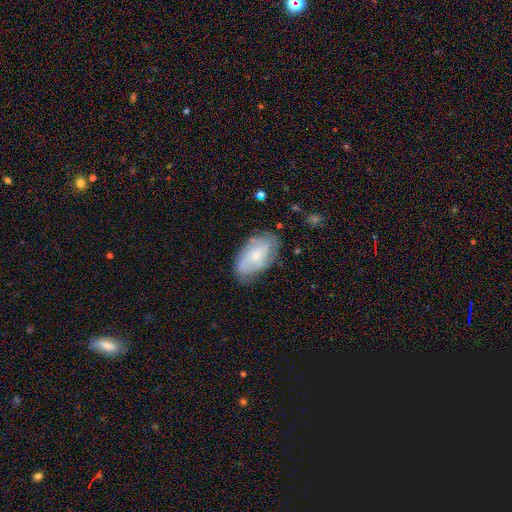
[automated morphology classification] Smooth or featured? featured or disk (50%)
Merging? none (69%)